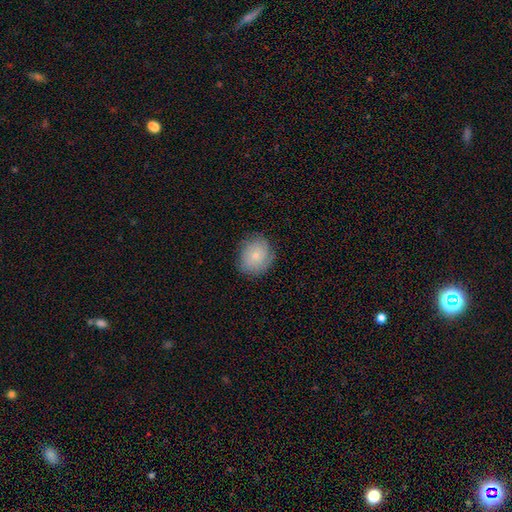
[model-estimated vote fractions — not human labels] Smooth or featured? Predicted: smooth (p=0.63). How rounded? Predicted: round (p=0.72). Merging? Predicted: none (p=0.78).